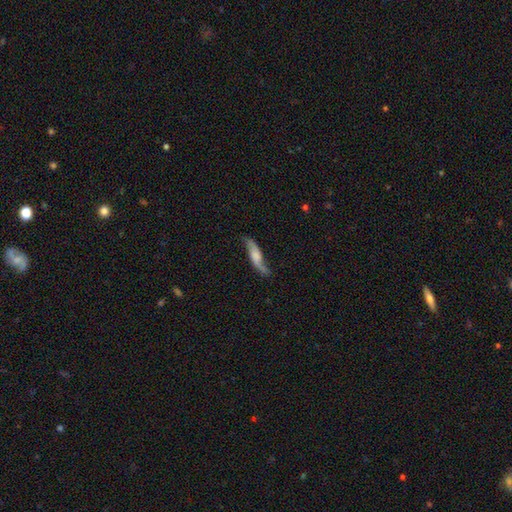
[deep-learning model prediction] Smooth or featured? Predicted: featured or disk (p=0.65). Edge-on disk? Predicted: no (p=0.70). Merging? Predicted: none (p=0.71).